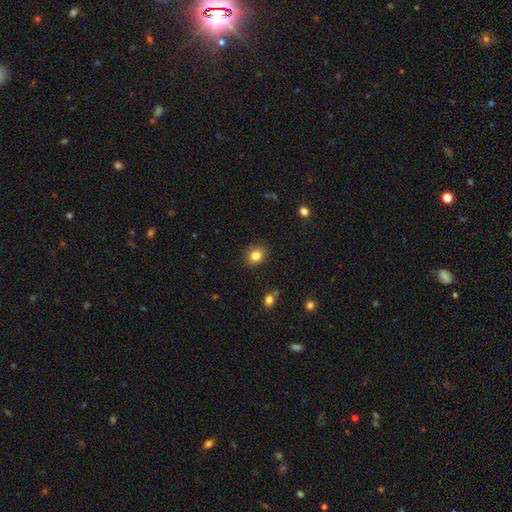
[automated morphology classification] Smooth or featured?
  - smooth: 83% *
  - star or artifact: 10%
  - featured or disk: 7%
How rounded?
  - in between: 53% *
  - round: 46%
  - cigar-shaped: 1%
Merging?
  - none: 85% *
  - minor disturbance: 11%
  - major disturbance: 2%
  - merger: 1%